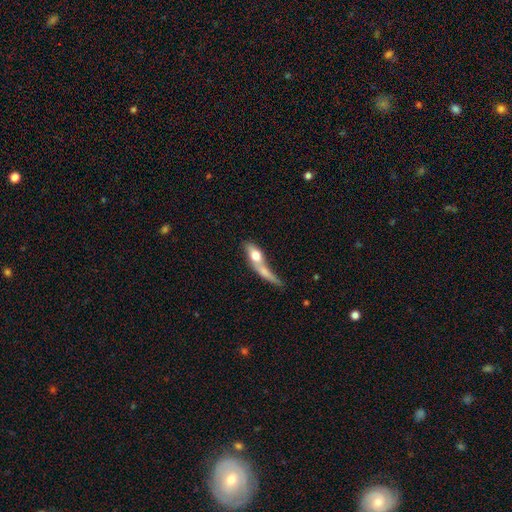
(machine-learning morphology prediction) A smooth galaxy with no disk features (62%) that is in between round and cigar-shaped (52%). Merging: merger (57%).